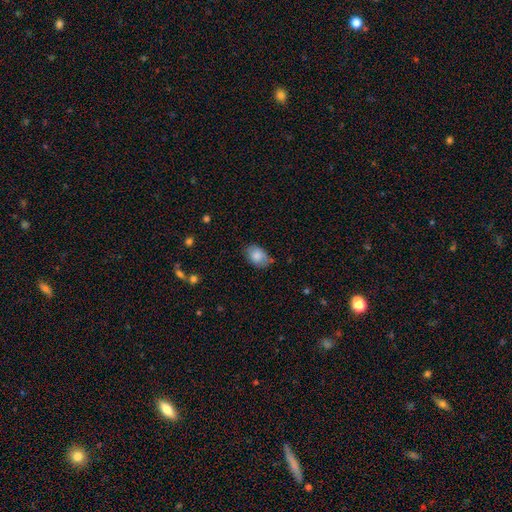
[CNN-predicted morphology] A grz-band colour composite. It shows a smooth galaxy with no disk features (83%) that is in between round and cigar-shaped (84%). Merging: none (64%).